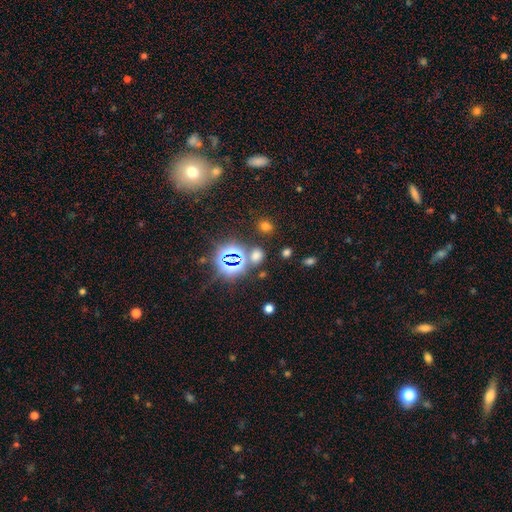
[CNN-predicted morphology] This appears to be a smooth galaxy with no disk features (47%). Merging: none (77%).